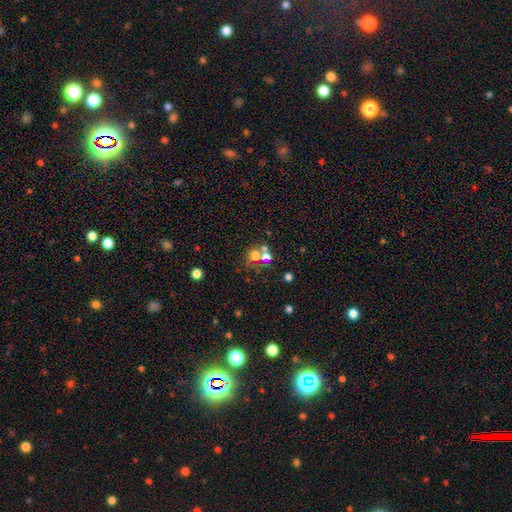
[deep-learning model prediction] Smooth or featured? smooth (59%)
How rounded? round (77%)
Merging? merger (43%)